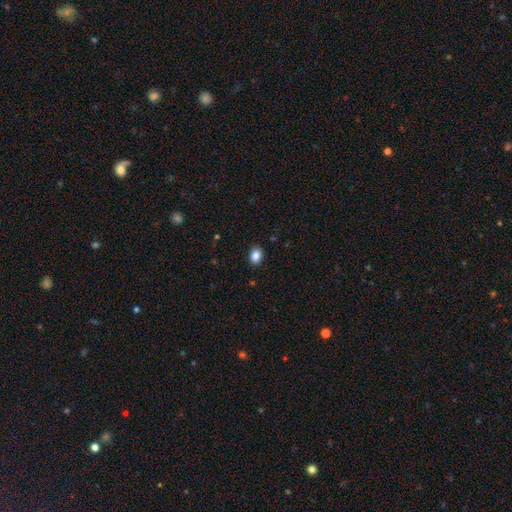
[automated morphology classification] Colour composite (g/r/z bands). It shows a smooth galaxy with no disk features (85%) that is in between round and cigar-shaped (68%). Merging: none (90%).